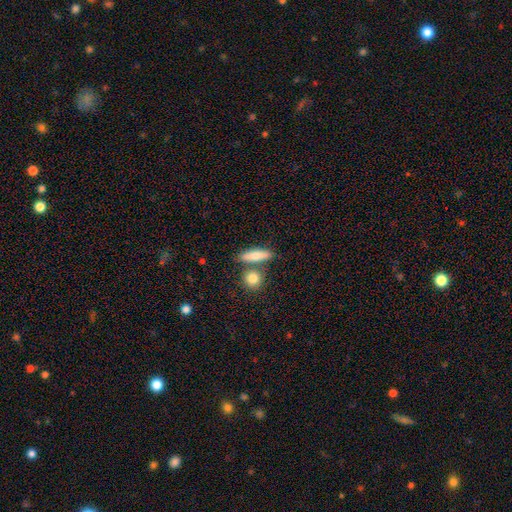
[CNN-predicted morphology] This is likely a smooth galaxy (76%). How rounded: possibly cigar-shaped (53%). Merging: likely none (68%).